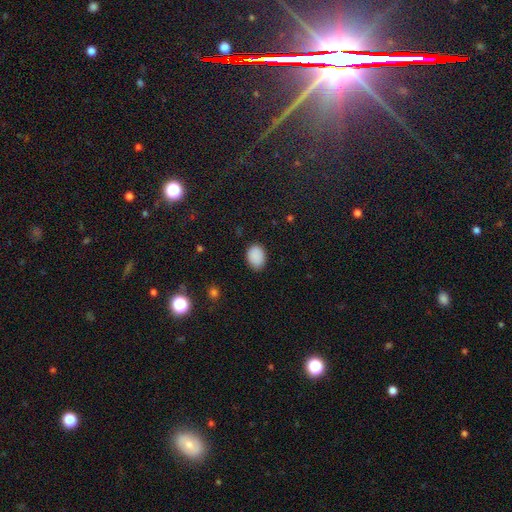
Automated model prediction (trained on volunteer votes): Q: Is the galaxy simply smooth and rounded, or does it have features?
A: smooth — 88%.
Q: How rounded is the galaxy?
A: in between — 64%.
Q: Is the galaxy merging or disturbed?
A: none — 84%.